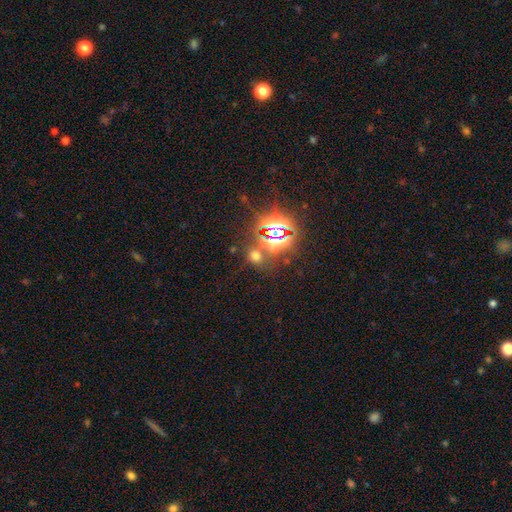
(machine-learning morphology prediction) This appears to be a smooth galaxy with no disk features (47%). Merging: none (72%).